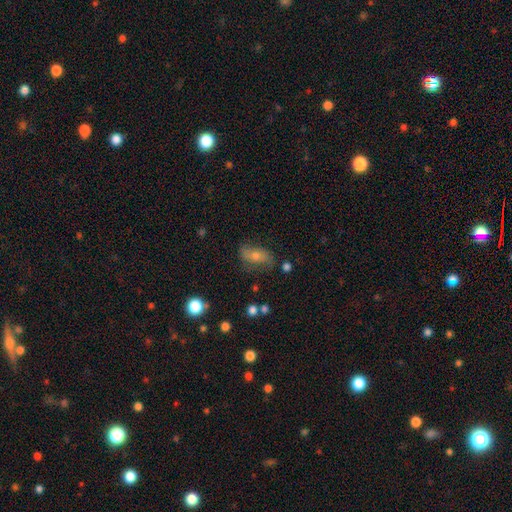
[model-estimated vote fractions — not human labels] This appears to be a smooth galaxy with no disk features (50%) that is in between round and cigar-shaped (84%). Merging: none (64%).